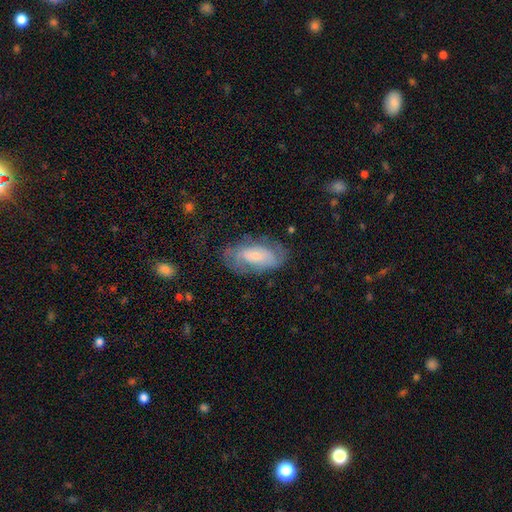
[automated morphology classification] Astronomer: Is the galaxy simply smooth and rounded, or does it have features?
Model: featured or disk — 56% (runner-up: smooth, 37%).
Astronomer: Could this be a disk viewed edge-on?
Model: no — 92%.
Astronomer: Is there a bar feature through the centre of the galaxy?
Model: no — 67%.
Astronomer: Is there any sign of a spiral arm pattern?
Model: yes — 74%.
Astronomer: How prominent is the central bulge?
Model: small — 63%.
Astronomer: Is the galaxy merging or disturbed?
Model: none — 61%.